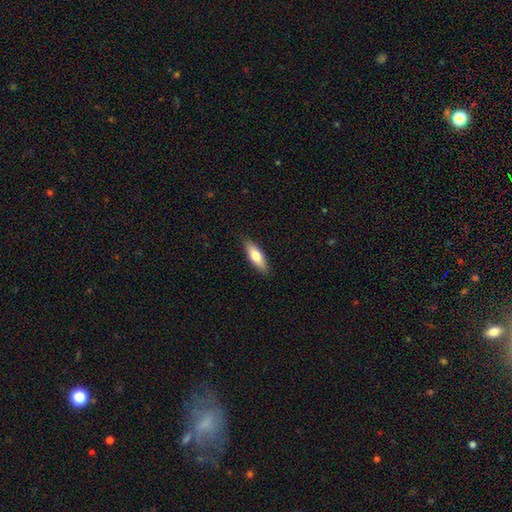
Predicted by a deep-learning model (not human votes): Smooth or featured?
  - smooth: 72% *
  - featured or disk: 23%
  - star or artifact: 6%
How rounded?
  - in between: 55% *
  - cigar-shaped: 43%
  - round: 2%
Merging?
  - none: 89% *
  - minor disturbance: 9%
  - major disturbance: 2%
  - merger: 1%